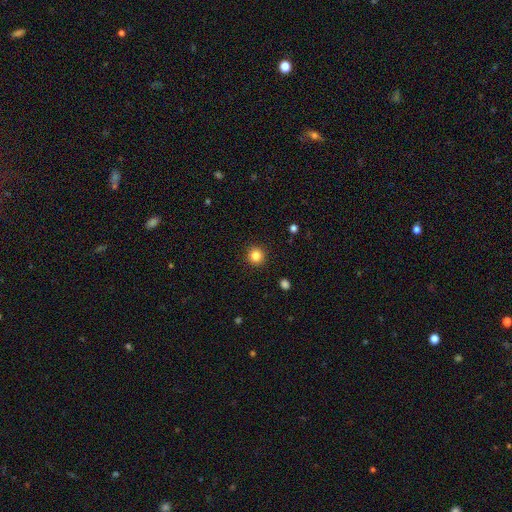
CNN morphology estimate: smooth_or_featured: smooth (p=0.85) [alt: star or artifact p=0.11]
how_rounded: round (p=0.95) [alt: in between p=0.04]
merging: none (p=0.92) [alt: minor disturbance p=0.05]